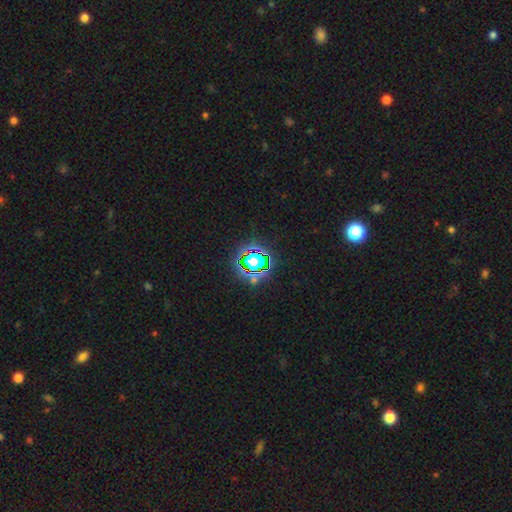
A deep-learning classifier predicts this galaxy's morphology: The model was most divided on "smooth or featured": star or artifact: 74%, smooth: 17%, featured or disk: 9%.